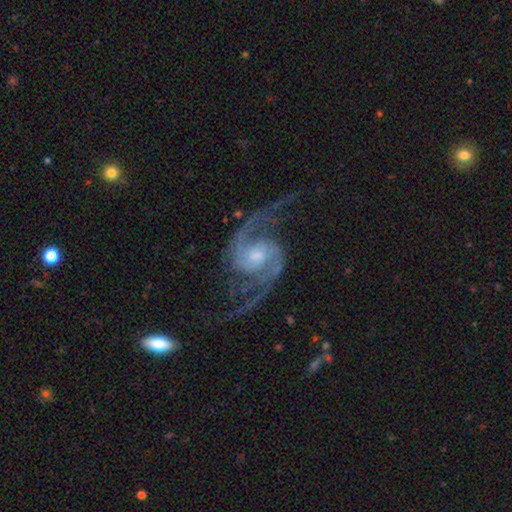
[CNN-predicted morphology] Overall: featured or disk (93%). Edge-on disk: no (98%). Bar: no (51%; weak 39%). Spiral arms: yes (98%). Spiral arm count: 2 (94%). Spiral winding: loose (49%; medium 42%). Bulge size: moderate (50%; small 33%). Merging: none (71%).